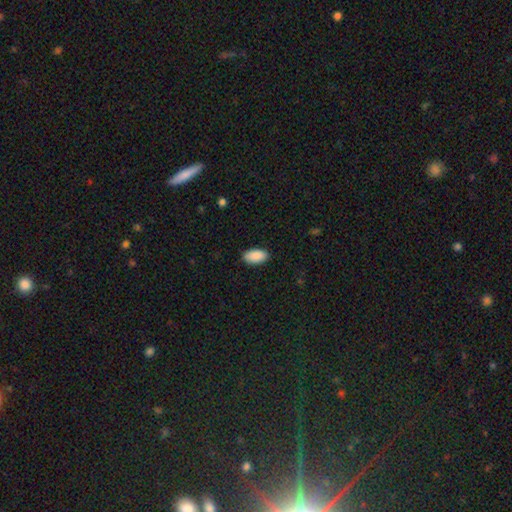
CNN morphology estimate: A smooth galaxy with no disk features (90%) that is in between round and cigar-shaped (95%).

Vote fractions:
- Smooth or featured? smooth: 90% / star or artifact: 6% / featured or disk: 4%
- How rounded? in between: 95% / cigar-shaped: 2% / round: 2%
- Merging? none: 89% / minor disturbance: 8% / major disturbance: 2% / merger: 1%